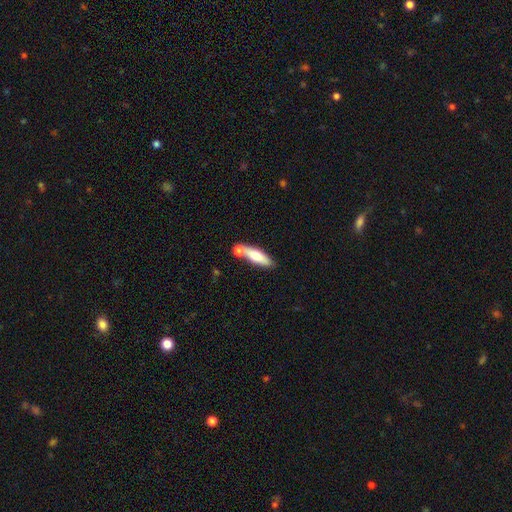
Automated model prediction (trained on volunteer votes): This is likely a smooth galaxy (67%). How rounded: possibly cigar-shaped (56%). Merging: possibly none (50%).